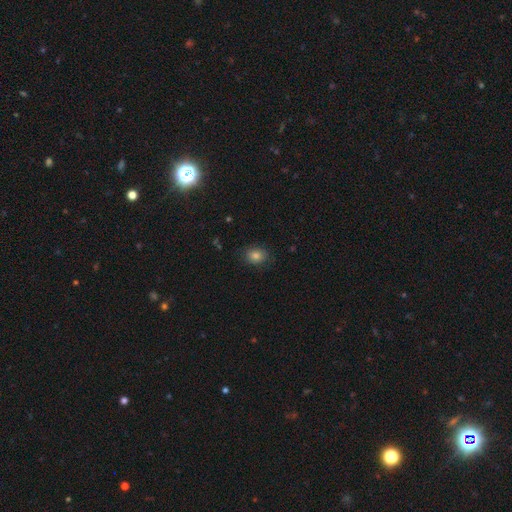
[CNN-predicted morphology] Smooth or featured? smooth (81%)
How rounded? in between (50%)
Merging? none (83%)